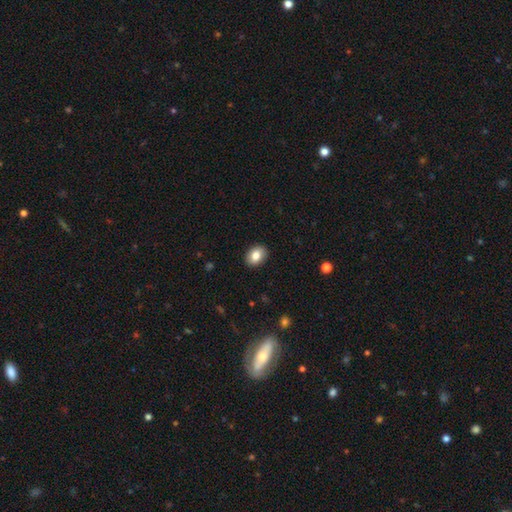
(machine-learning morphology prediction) type=smooth (83%); roundness=in between (69%); merging=none (90%).